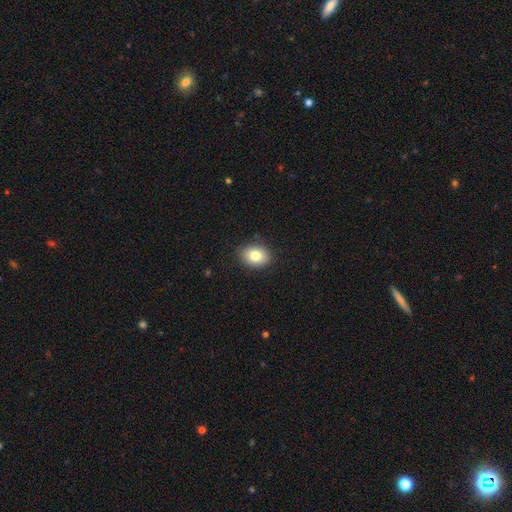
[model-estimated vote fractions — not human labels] Smooth or featured?
  - smooth: 81% *
  - featured or disk: 10%
  - star or artifact: 9%
How rounded?
  - in between: 65% *
  - round: 34%
  - cigar-shaped: 1%
Merging?
  - none: 89% *
  - minor disturbance: 8%
  - major disturbance: 2%
  - merger: 1%